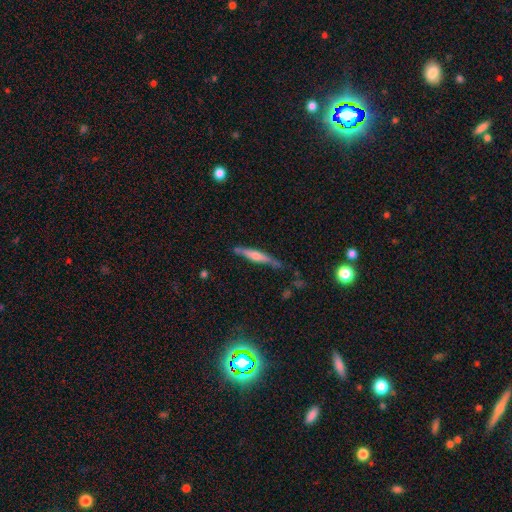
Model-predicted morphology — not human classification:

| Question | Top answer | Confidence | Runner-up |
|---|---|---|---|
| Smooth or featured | featured or disk | 60% | smooth (31%) |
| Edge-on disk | yes | 95% | no (5%) |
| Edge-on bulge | rounded | 65% | boxy (21%) |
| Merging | none | 79% | minor disturbance (15%) |